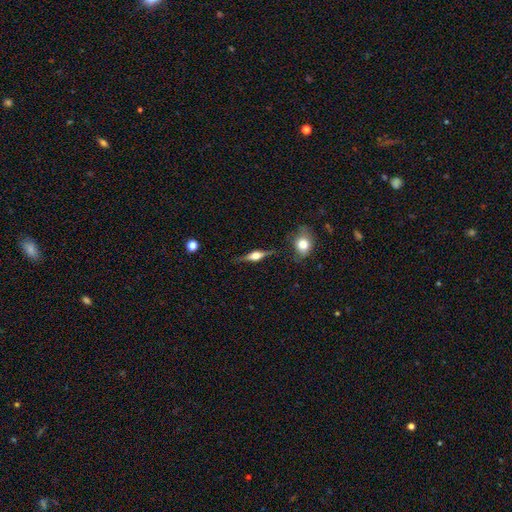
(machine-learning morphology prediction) Smooth or featured? featured or disk (68%)
Edge-on disk? yes (95%)
Edge-on bulge? rounded (92%)
Merging? none (81%)